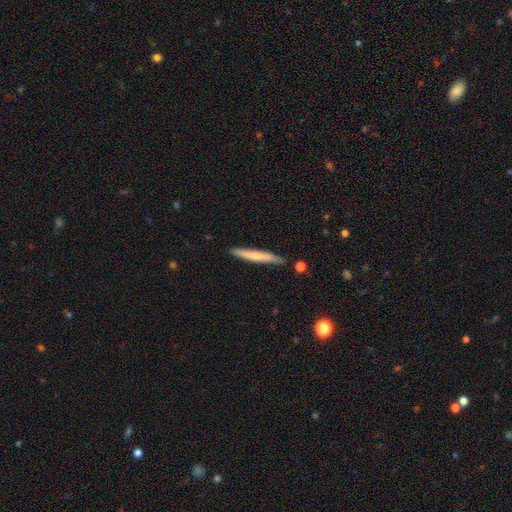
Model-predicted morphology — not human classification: This appears to be a smooth galaxy with no disk features (62%) that is cigar-shaped (96%). Merging: none (88%).